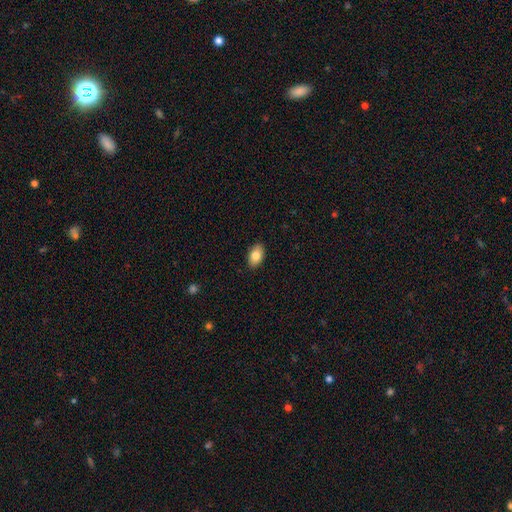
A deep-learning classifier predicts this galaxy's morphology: A smooth galaxy with no disk features (83%) that is in between round and cigar-shaped (91%).

Vote fractions:
- Smooth or featured? smooth: 83% / featured or disk: 10% / star or artifact: 7%
- How rounded? in between: 91% / round: 8% / cigar-shaped: 1%
- Merging? none: 89% / minor disturbance: 8% / major disturbance: 2% / merger: 1%